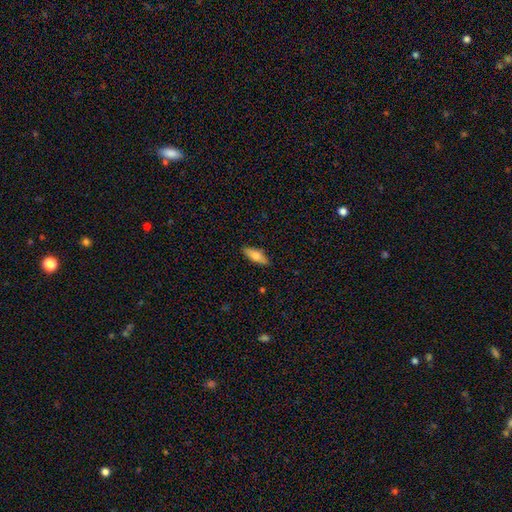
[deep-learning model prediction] Smooth or featured: smooth — 76% (featured or disk — 18%)
How rounded: in between — 66% (cigar-shaped — 32%)
Merging: none — 87% (minor disturbance — 10%)